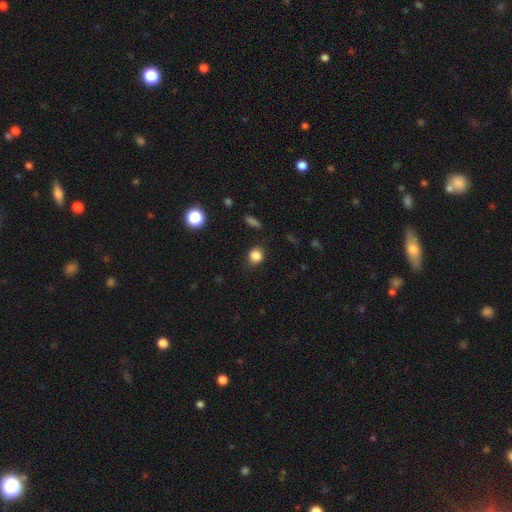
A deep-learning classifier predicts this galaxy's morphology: Smooth or featured? smooth (83%)
How rounded? round (69%)
Merging? none (79%)